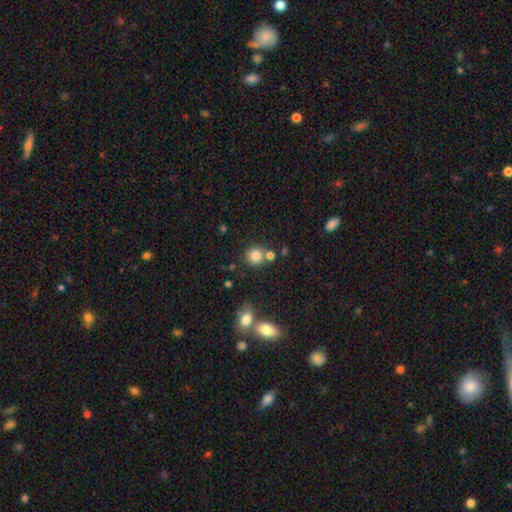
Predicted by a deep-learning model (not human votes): Smooth or featured? smooth (82%)
How rounded? round (86%)
Merging? none (70%)